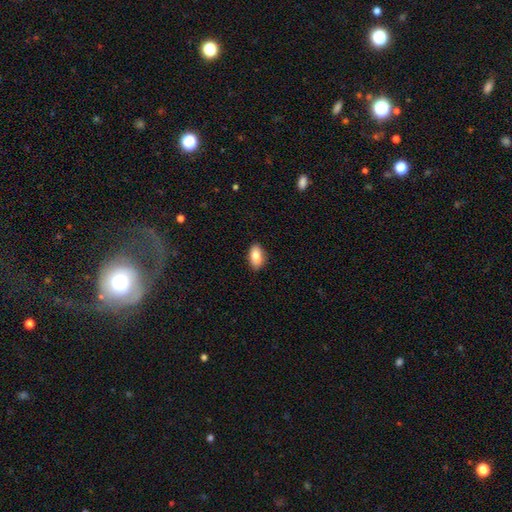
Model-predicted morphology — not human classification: Smooth or featured?
  - smooth: 83% *
  - featured or disk: 10%
  - star or artifact: 7%
How rounded?
  - in between: 91% *
  - round: 5%
  - cigar-shaped: 3%
Merging?
  - none: 87% *
  - minor disturbance: 10%
  - major disturbance: 2%
  - merger: 1%